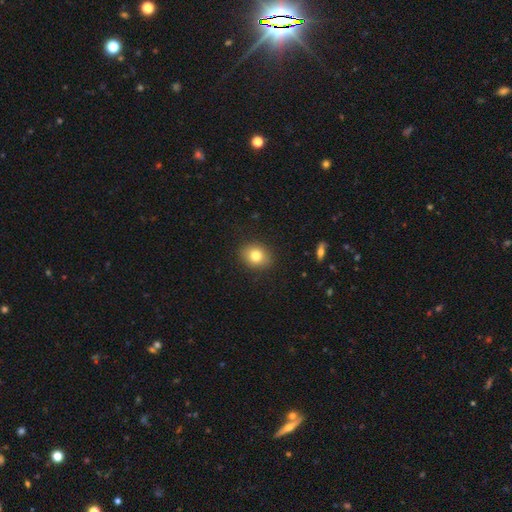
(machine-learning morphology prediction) smooth 80%, star or artifact 10%, featured or disk 10%. Down the decision tree: how rounded — round (62%); merging — none (88%).